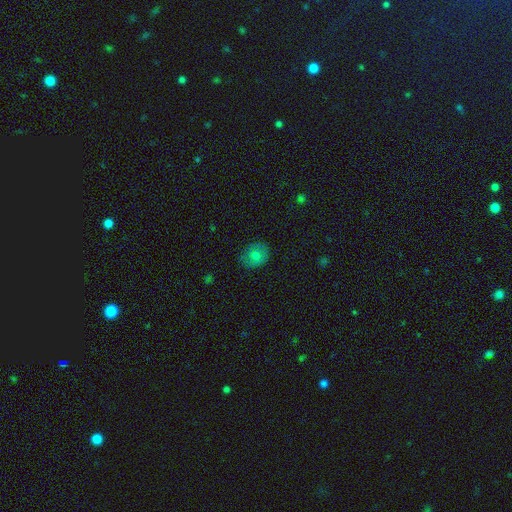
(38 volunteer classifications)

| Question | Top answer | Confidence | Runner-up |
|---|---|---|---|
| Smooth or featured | smooth | 68% | featured or disk (24%) |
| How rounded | round | 58% | in between (42%) |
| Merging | none | 74% | minor disturbance (17%) |